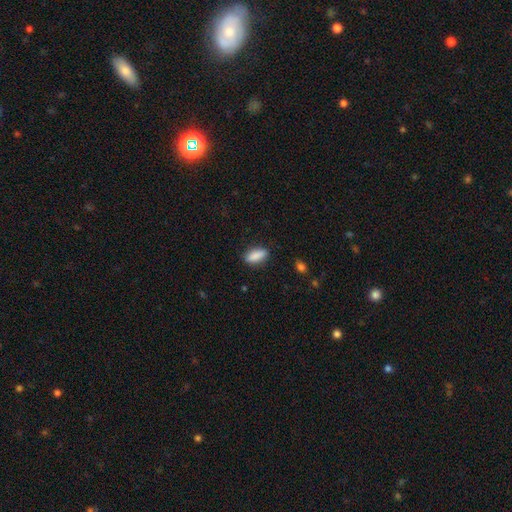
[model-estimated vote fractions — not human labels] Smooth or featured: smooth — 86% (star or artifact — 7%)
How rounded: in between — 70% (cigar-shaped — 27%)
Merging: none — 85% (minor disturbance — 11%)